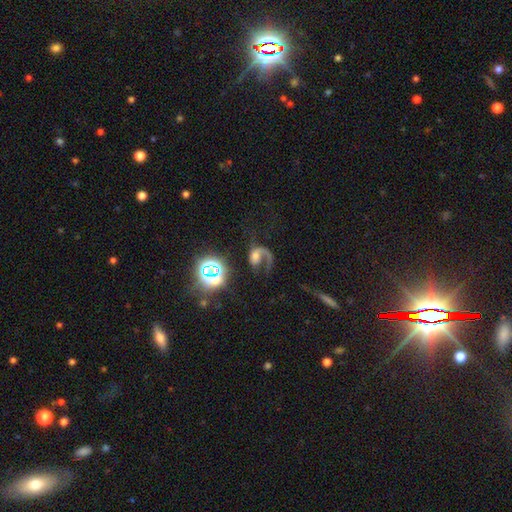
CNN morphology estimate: Smooth or featured? Predicted: featured or disk (p=0.68). Edge-on disk? Predicted: no (p=0.97). Bar? Predicted: no (p=0.64). Spiral arms? Predicted: yes (p=0.90). Spiral winding? Predicted: loose (p=0.61). Spiral arm count? Predicted: 1 (p=0.74). Bulge size? Predicted: moderate (p=0.39). Merging? Predicted: major disturbance (p=0.46).